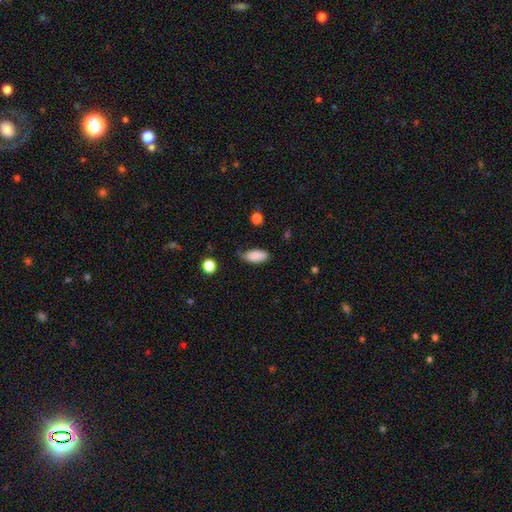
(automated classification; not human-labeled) Smooth or featured?
  - smooth: 87% *
  - star or artifact: 7%
  - featured or disk: 5%
How rounded?
  - in between: 89% *
  - cigar-shaped: 9%
  - round: 2%
Merging?
  - none: 66% *
  - minor disturbance: 27%
  - major disturbance: 5%
  - merger: 2%